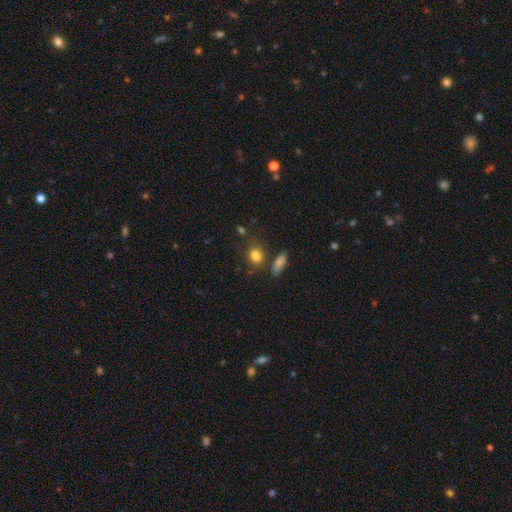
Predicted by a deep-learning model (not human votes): smooth_or_featured: smooth (p=0.83) [alt: star or artifact p=0.10]
how_rounded: round (p=0.52) [alt: in between p=0.45]
merging: none (p=0.73) [alt: minor disturbance p=0.14]